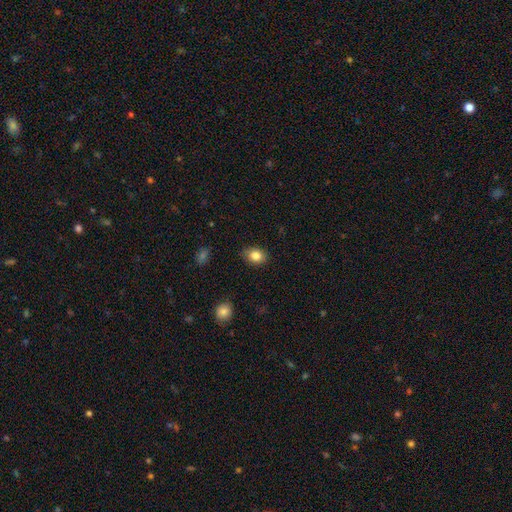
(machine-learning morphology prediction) A smooth galaxy with no disk features (84%) that is in between round and cigar-shaped (67%).

Vote fractions:
- Smooth or featured? smooth: 84% / star or artifact: 9% / featured or disk: 7%
- How rounded? in between: 67% / round: 32% / cigar-shaped: 1%
- Merging? none: 85% / minor disturbance: 11% / major disturbance: 2% / merger: 1%